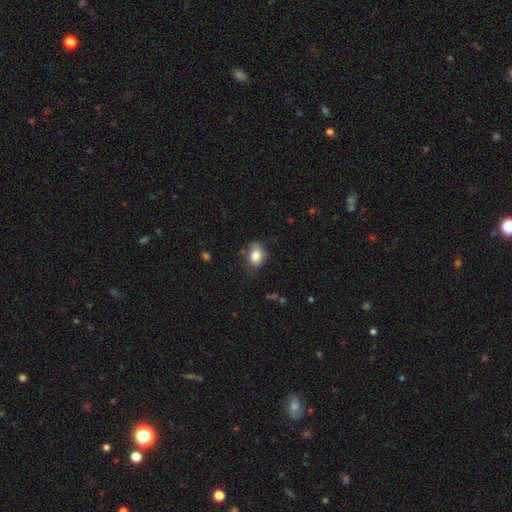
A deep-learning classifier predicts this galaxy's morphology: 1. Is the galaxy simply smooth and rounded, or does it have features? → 83% smooth, 9% featured or disk, 8% star or artifact.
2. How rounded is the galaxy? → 68% in between, 31% round, 1% cigar-shaped.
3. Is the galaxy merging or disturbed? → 63% none, 27% minor disturbance, 8% major disturbance, 2% merger.